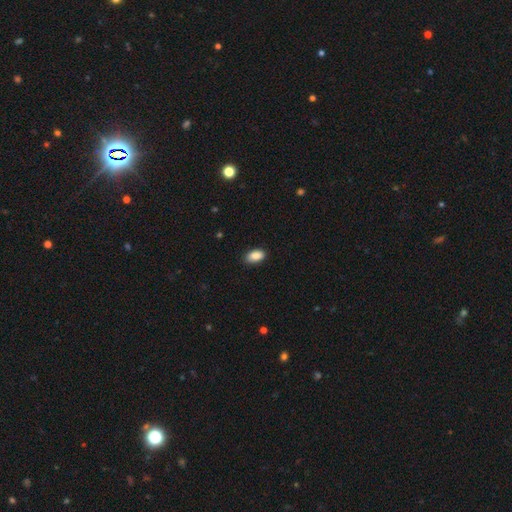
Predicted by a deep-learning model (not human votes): smooth_or_featured: smooth (p=0.88) [alt: star or artifact p=0.07]
how_rounded: in between (p=0.93) [alt: round p=0.05]
merging: none (p=0.85) [alt: minor disturbance p=0.12]